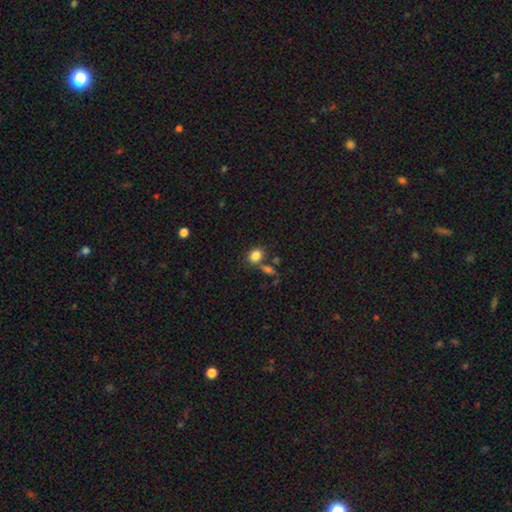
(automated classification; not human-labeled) smooth_or_featured: smooth (p=0.83) [alt: star or artifact p=0.10]
how_rounded: in between (p=0.57) [alt: round p=0.42]
merging: none (p=0.60) [alt: merger p=0.23]